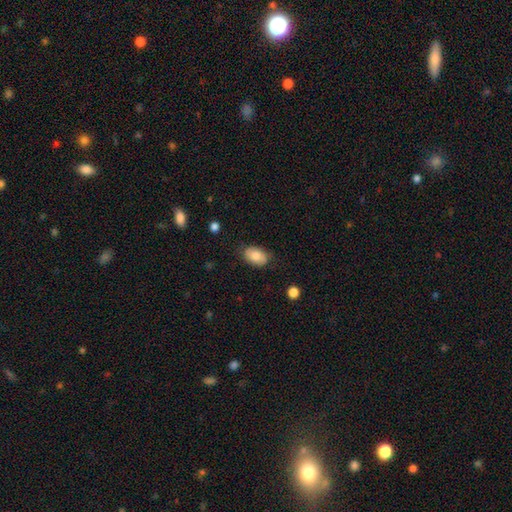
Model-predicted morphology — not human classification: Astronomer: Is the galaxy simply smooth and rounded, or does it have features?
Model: smooth — 79%.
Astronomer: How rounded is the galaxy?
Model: in between — 87%.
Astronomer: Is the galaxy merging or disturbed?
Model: none — 77%.